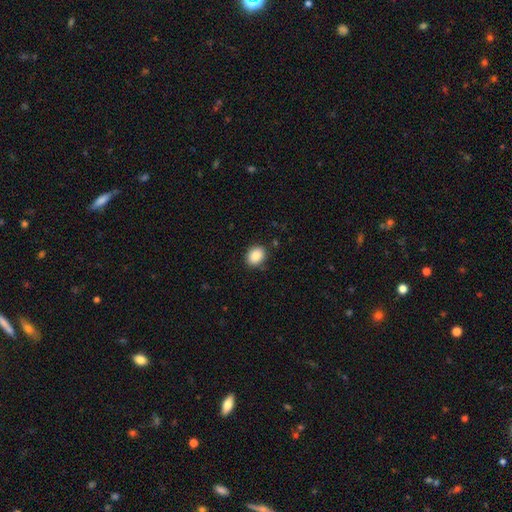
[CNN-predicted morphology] A smooth galaxy with no disk features (88%) that is in between round and cigar-shaped (59%).

Vote fractions:
- Smooth or featured? smooth: 88% / star or artifact: 8% / featured or disk: 4%
- How rounded? in between: 59% / round: 40% / cigar-shaped: 1%
- Merging? none: 86% / minor disturbance: 10% / major disturbance: 2% / merger: 1%